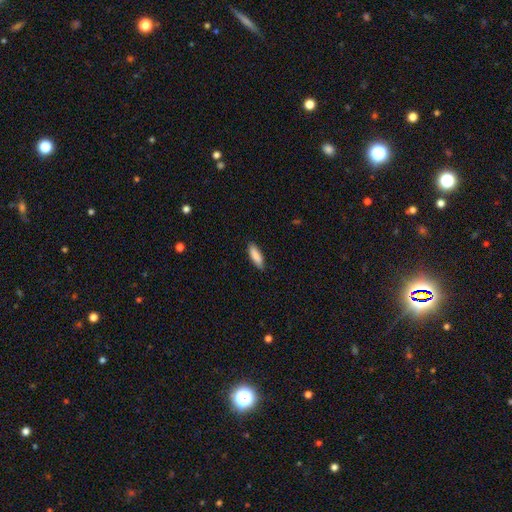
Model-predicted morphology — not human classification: The model was most divided on "how rounded": in between: 52%, cigar-shaped: 47%, round: 1%. More confident: smooth or featured — smooth (88%); merging — none (86%).